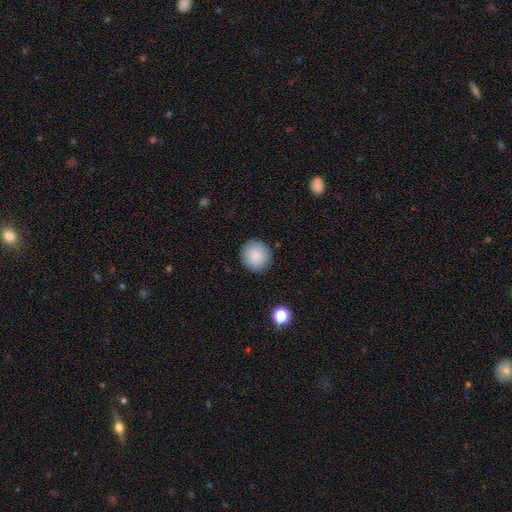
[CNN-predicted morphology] Smooth or featured: smooth — 87% (star or artifact — 8%)
How rounded: round — 91% (in between — 8%)
Merging: none — 89% (minor disturbance — 8%)